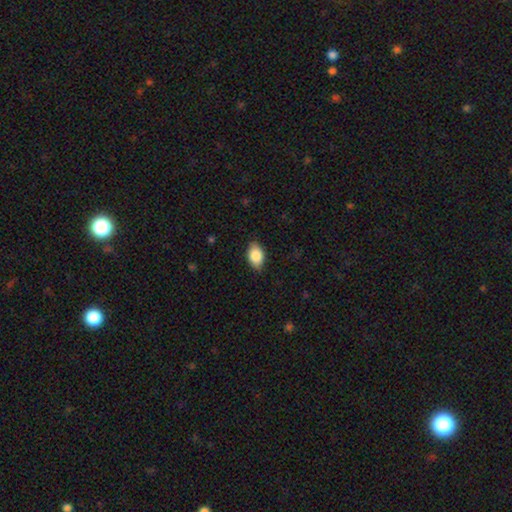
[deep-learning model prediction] A smooth galaxy with no disk features (87%) that is in between round and cigar-shaped (88%). Merging: none (83%).